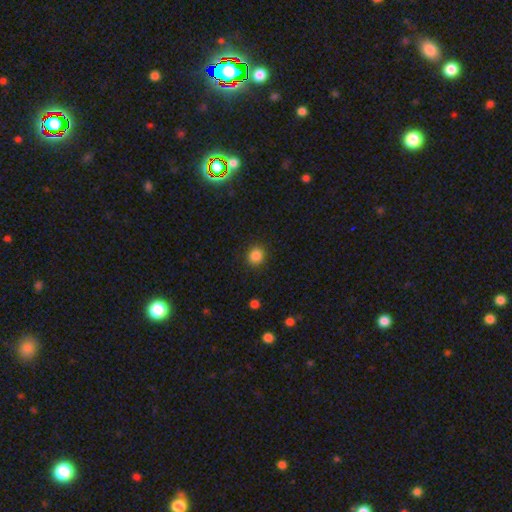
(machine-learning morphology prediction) A smooth galaxy with no disk features (85%) that is round (87%). Merging: none (89%).